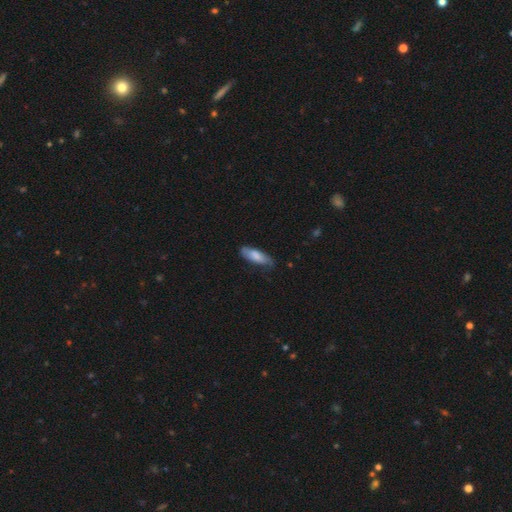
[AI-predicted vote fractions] smooth_or_featured: smooth (p=0.76) [alt: featured or disk p=0.18]
how_rounded: in between (p=0.60) [alt: cigar-shaped p=0.39]
merging: none (p=0.69) [alt: minor disturbance p=0.24]